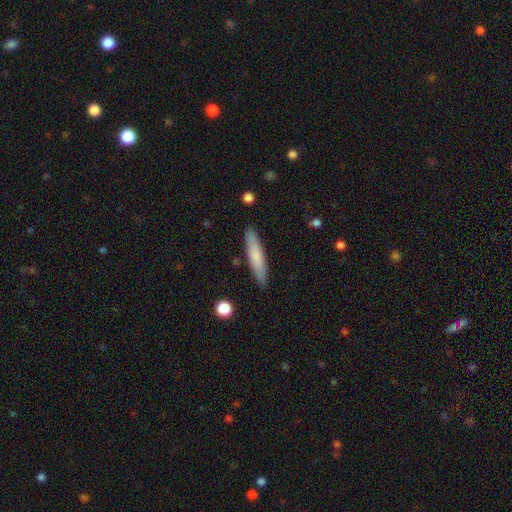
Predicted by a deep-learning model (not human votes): Smooth or featured: smooth — 74% (featured or disk — 20%)
How rounded: cigar-shaped — 89% (in between — 10%)
Merging: none — 89% (minor disturbance — 8%)